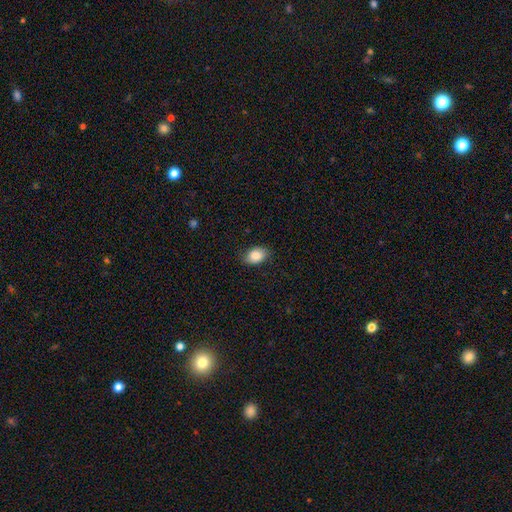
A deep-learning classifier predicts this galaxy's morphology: Smooth or featured?
  - smooth: 86% *
  - star or artifact: 8%
  - featured or disk: 7%
How rounded?
  - in between: 83% *
  - round: 16%
  - cigar-shaped: 1%
Merging?
  - none: 83% *
  - minor disturbance: 13%
  - major disturbance: 3%
  - merger: 1%